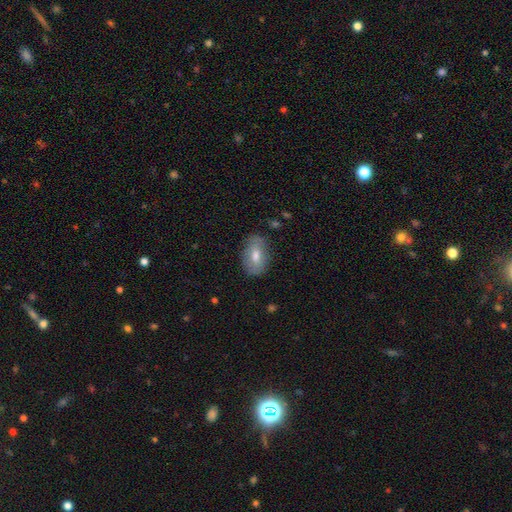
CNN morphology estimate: A smooth galaxy with no disk features (60%) that is in between round and cigar-shaped (87%). Merging: none (79%).